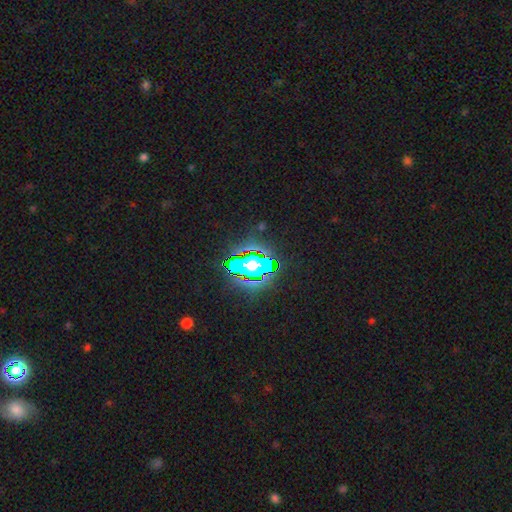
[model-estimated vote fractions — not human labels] smooth_or_featured: star or artifact (p=0.81) [alt: smooth p=0.11]